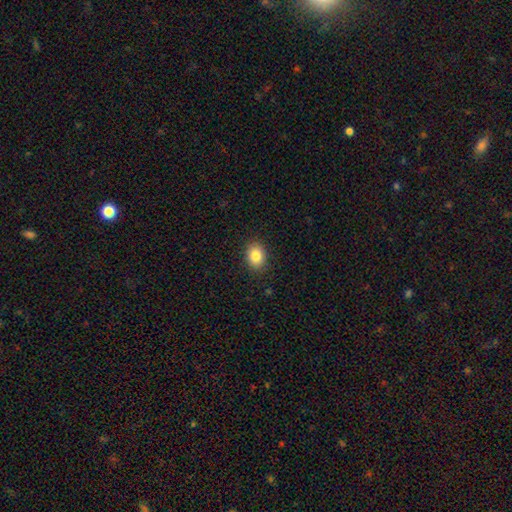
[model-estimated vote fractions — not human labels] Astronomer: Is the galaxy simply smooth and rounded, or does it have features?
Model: smooth — 84%.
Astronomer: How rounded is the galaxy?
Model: in between — 59% (runner-up: round, 40%).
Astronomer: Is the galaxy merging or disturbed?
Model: none — 89%.